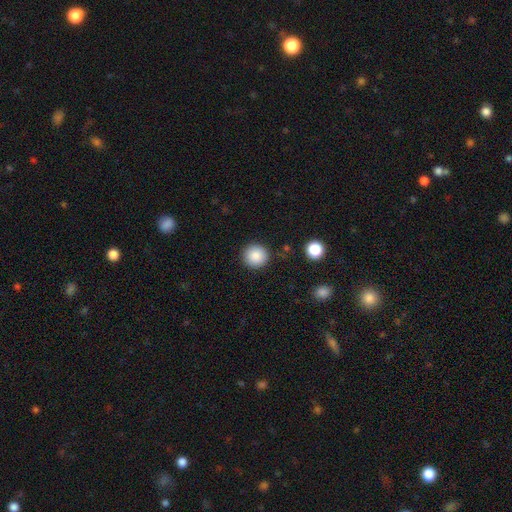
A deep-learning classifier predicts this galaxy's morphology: smooth_or_featured: smooth (p=0.87) [alt: star or artifact p=0.09]
how_rounded: round (p=0.94) [alt: in between p=0.05]
merging: none (p=0.89) [alt: minor disturbance p=0.07]